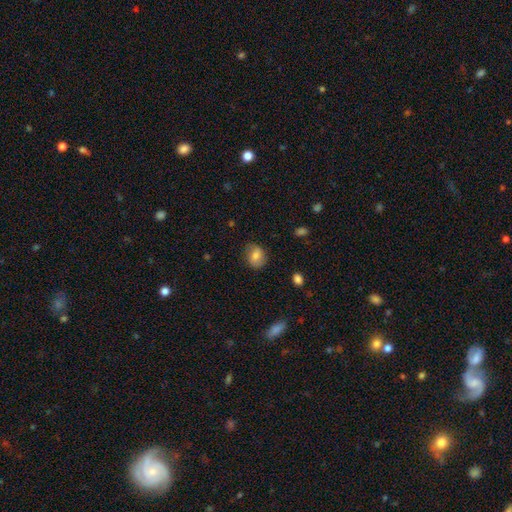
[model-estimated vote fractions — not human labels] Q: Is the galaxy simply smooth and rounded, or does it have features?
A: smooth — 76%.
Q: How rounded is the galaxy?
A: round — 49%, tied with in between.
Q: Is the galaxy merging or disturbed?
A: none — 78%.